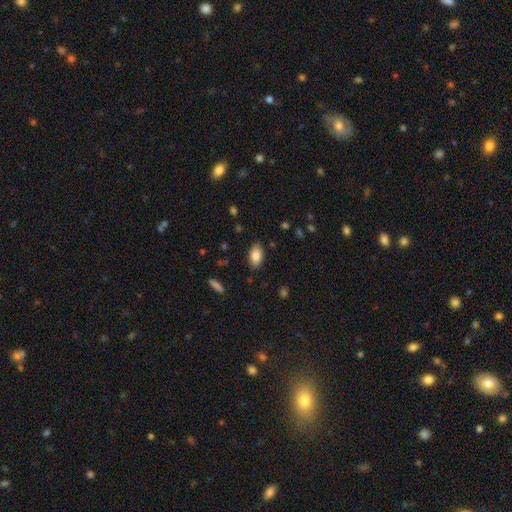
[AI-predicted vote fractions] This is clearly a smooth galaxy (84%). How rounded: clearly in between (93%). Merging: clearly none (86%).